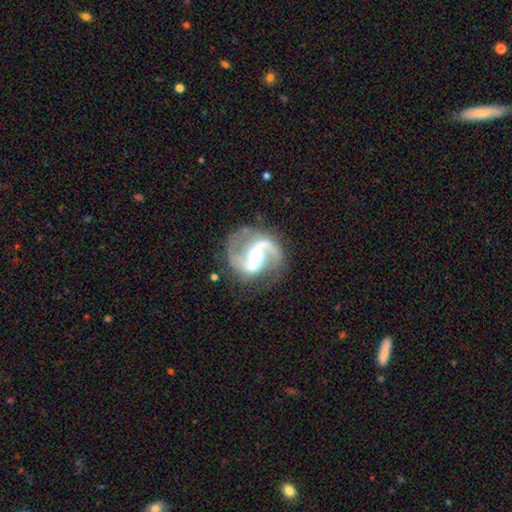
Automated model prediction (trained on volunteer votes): smooth-or-featured: featured or disk: 91% | star or artifact: 5% | smooth: 4%
  disk-edge-on: no: 98% | yes: 2%
    bar: weak: 39% | no: 32% | strong: 28%
    has-spiral-arms: yes: 97% | no: 3%
      spiral-winding: medium: 60% | loose: 25% | tight: 16%
      spiral-arm-count: 2: 92% | 1: 2% | can't tell: 2% | 3: 2% | 4: 1% | more than 4: 1%
    bulge-size: moderate: 68% | small: 21% | large: 9% | none: 1% | dominant: 1%
  merging: none: 76% | minor disturbance: 14% | major disturbance: 7% | merger: 2%